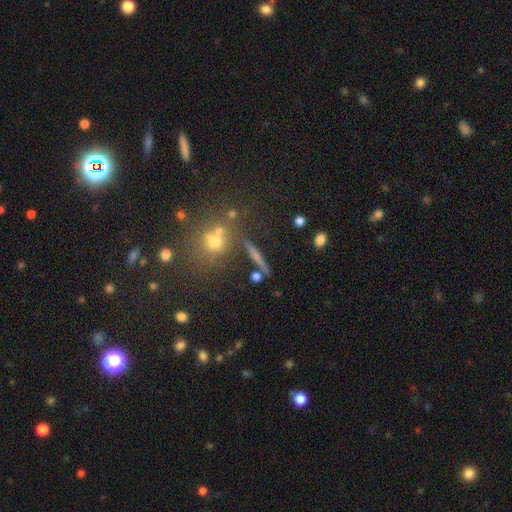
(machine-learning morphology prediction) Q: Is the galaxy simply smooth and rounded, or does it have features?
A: featured or disk — 44%.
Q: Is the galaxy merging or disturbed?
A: none — 77%.